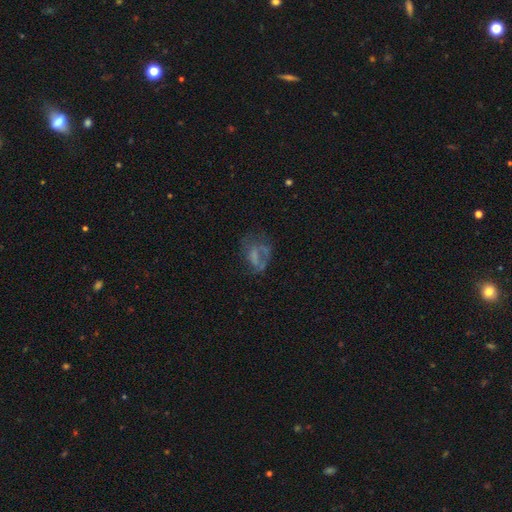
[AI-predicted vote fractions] smooth_or_featured: featured or disk (p=0.48) [alt: smooth p=0.35]
merging: major disturbance (p=0.40) [alt: none p=0.35]